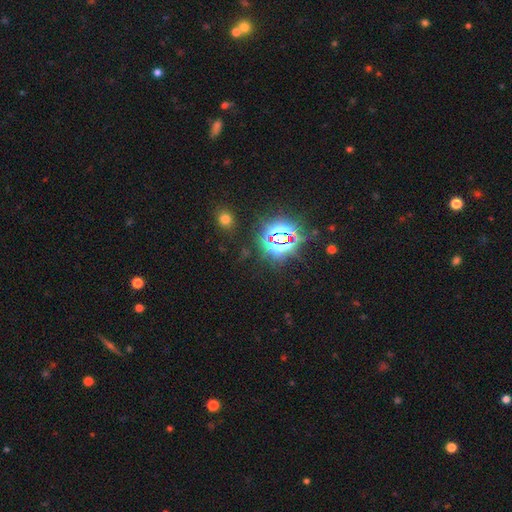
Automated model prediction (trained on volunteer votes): A star or artifact, not a galaxy (78%).

Vote fractions:
- Smooth or featured? star or artifact: 78% / smooth: 16% / featured or disk: 6%